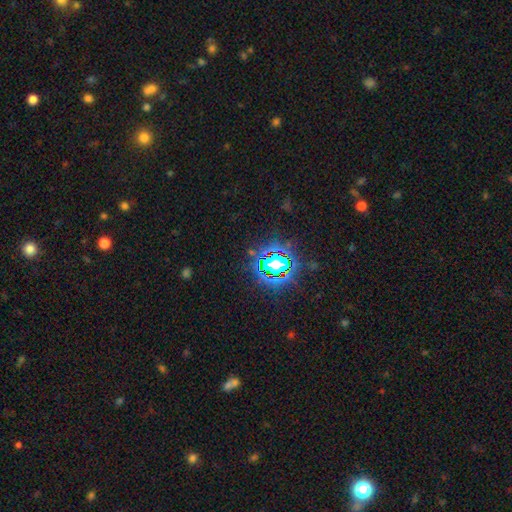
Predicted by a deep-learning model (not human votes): Smooth or featured? star or artifact (81%)